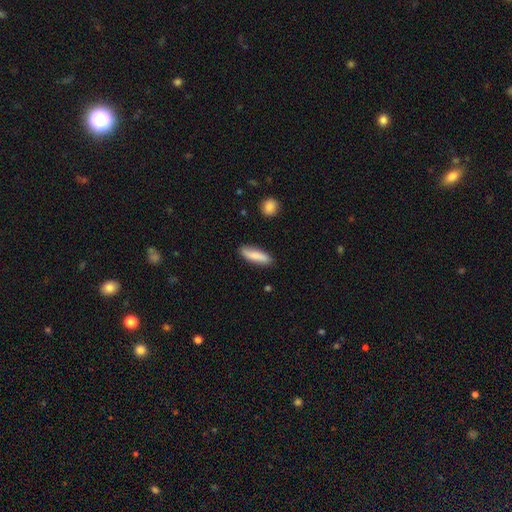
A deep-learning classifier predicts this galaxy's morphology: smooth_or_featured: smooth (p=0.82) [alt: featured or disk p=0.12]
how_rounded: cigar-shaped (p=0.61) [alt: in between p=0.37]
merging: none (p=0.85) [alt: minor disturbance p=0.11]